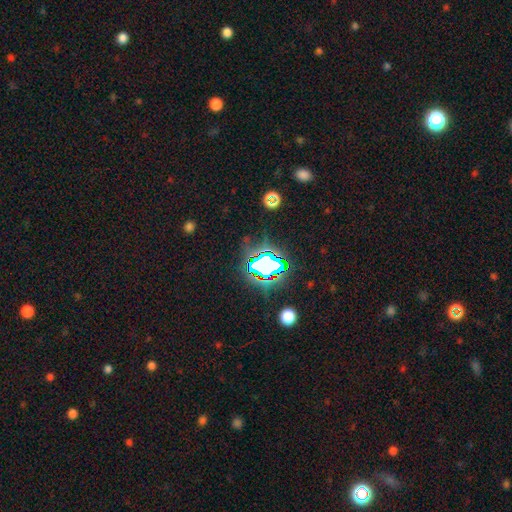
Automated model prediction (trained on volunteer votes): A star or artifact, not a galaxy (79%).